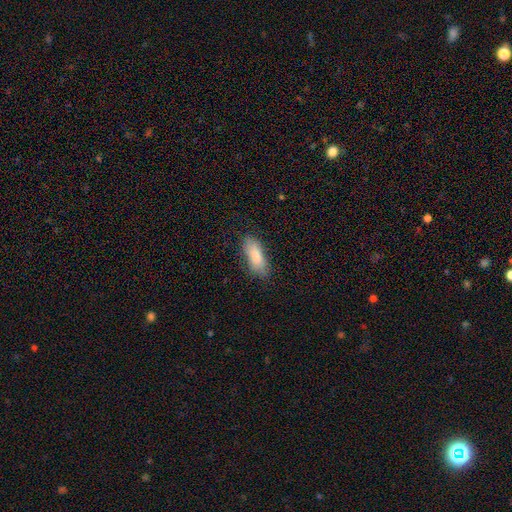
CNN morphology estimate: This is clearly a smooth galaxy (85%). How rounded: likely in between (74%). Merging: likely none (79%).